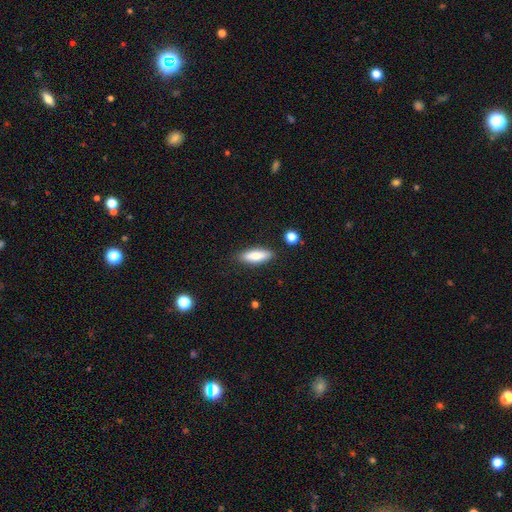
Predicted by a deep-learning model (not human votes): Smooth or featured: smooth — 73% (featured or disk — 20%)
How rounded: in between — 56% (cigar-shaped — 41%)
Merging: none — 86% (minor disturbance — 10%)